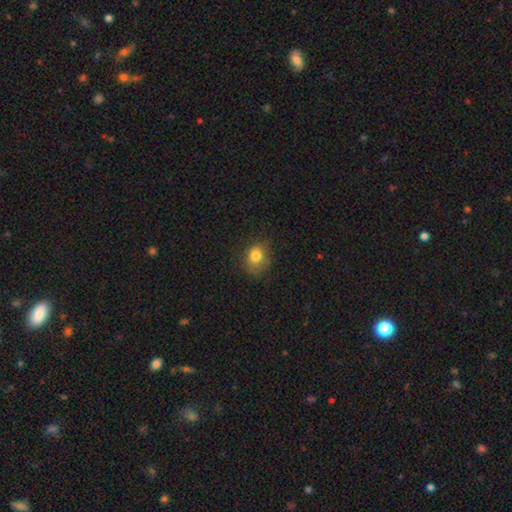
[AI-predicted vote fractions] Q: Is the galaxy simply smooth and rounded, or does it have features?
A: smooth — 80%.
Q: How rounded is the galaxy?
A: round — 55%.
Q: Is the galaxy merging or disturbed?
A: none — 67%.